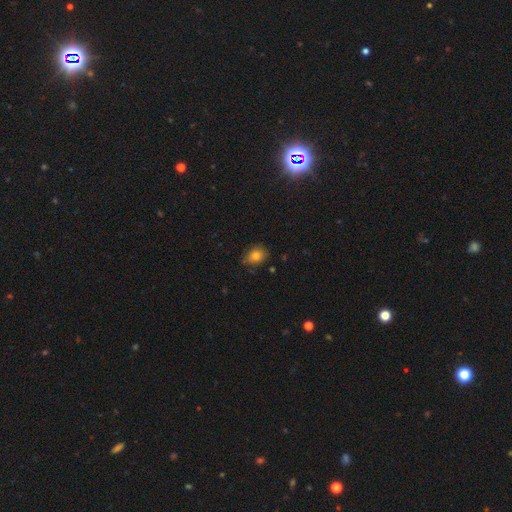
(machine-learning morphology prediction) A smooth galaxy with no disk features (78%) that is in between round and cigar-shaped (55%). Merging: none (71%).